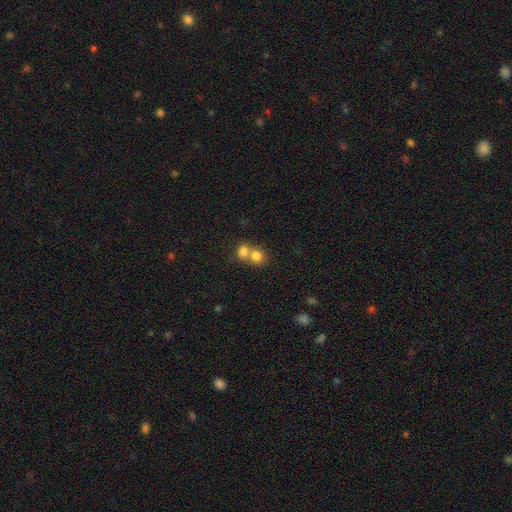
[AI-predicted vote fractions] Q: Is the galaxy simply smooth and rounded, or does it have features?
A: smooth — 79%.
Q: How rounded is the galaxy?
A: round — 71%.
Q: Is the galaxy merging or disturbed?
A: merger — 61%.